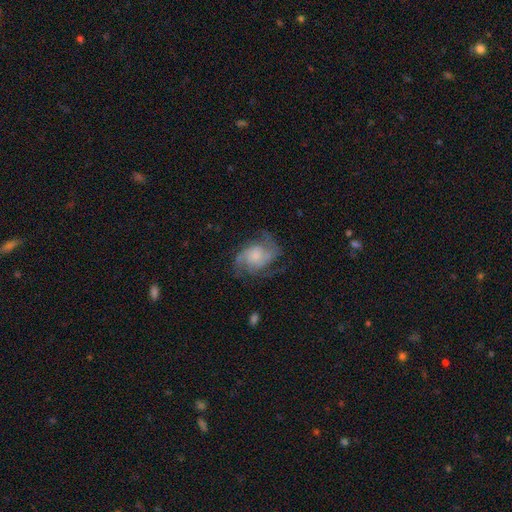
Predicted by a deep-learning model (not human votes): Q: Smooth or featured?
A: featured or disk (79%); runner-up: smooth (15%)
Q: Edge-on disk?
A: no (98%); runner-up: yes (2%)
Q: Bar?
A: no (72%); runner-up: weak (24%)
Q: Spiral arms?
A: yes (94%); runner-up: no (6%)
Q: Spiral winding?
A: medium (50%); runner-up: tight (27%)
Q: Spiral arm count?
A: 2 (45%); runner-up: 3 (24%)
Q: Bulge size?
A: small (42%); runner-up: moderate (29%)
Q: Merging?
A: none (64%); runner-up: minor disturbance (19%)